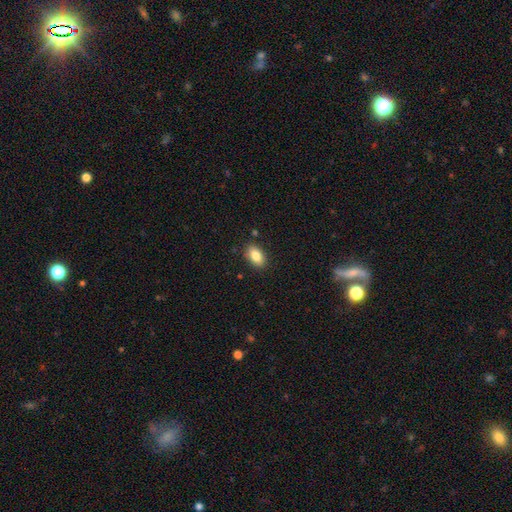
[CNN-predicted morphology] Overall: smooth (84%). How rounded: in between (90%). Merging: none (87%).